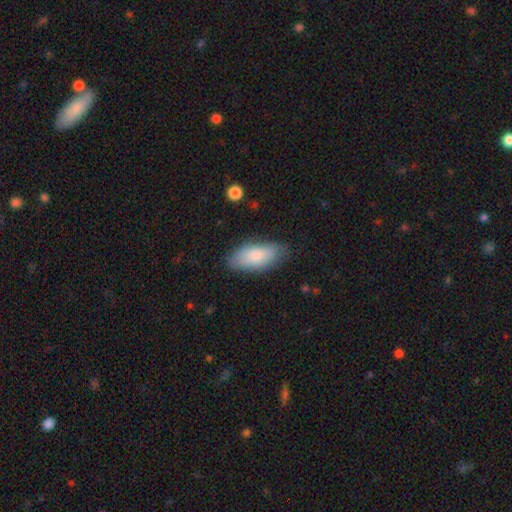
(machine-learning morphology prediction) type=smooth (81%); roundness=in between (88%); merging=none (78%).